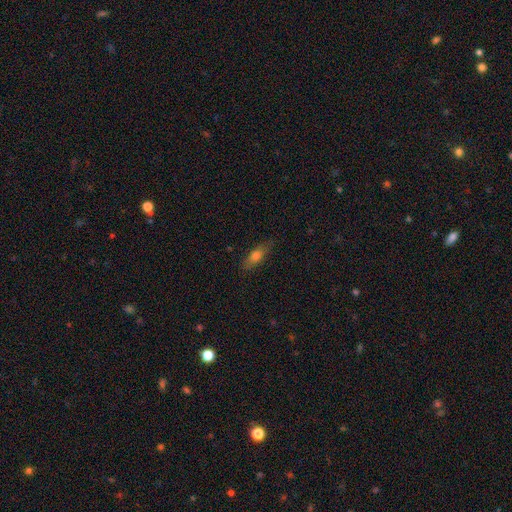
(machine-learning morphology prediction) This appears to be a smooth galaxy with no disk features (67%) that is in between round and cigar-shaped (57%). Merging: none (82%).